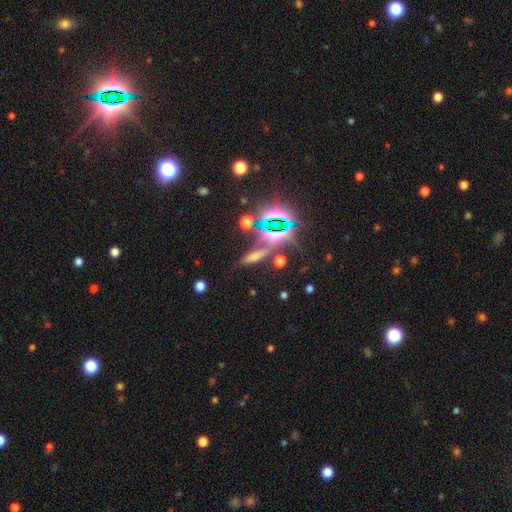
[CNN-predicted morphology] smooth-or-featured: smooth: 41% | star or artifact: 38% | featured or disk: 20%
  merging: none: 57% | minor disturbance: 17% | merger: 15% | major disturbance: 11%